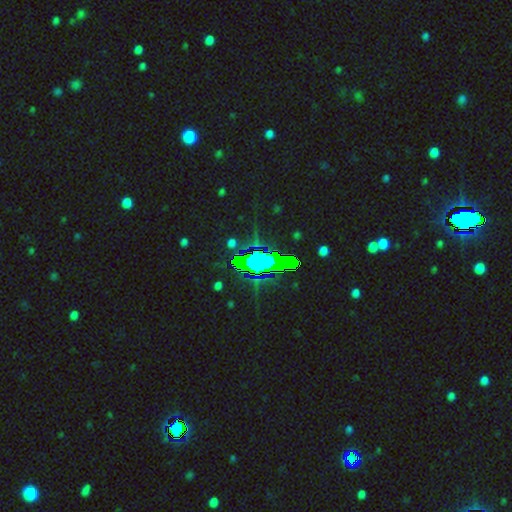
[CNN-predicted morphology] Smooth or featured?
  - star or artifact: 75% *
  - smooth: 14%
  - featured or disk: 11%